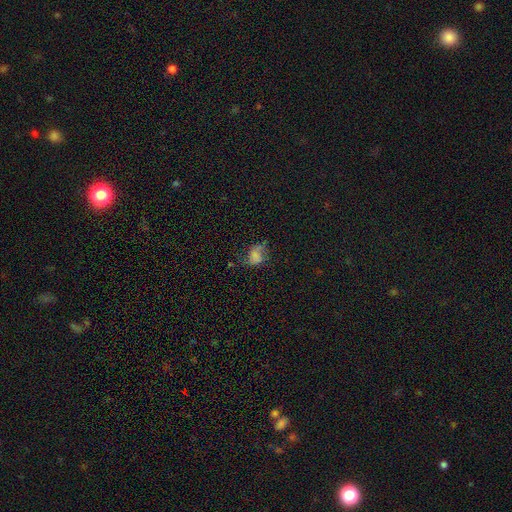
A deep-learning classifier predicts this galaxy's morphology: type=smooth (51%); roundness=in between (68%); merging=none (43%).